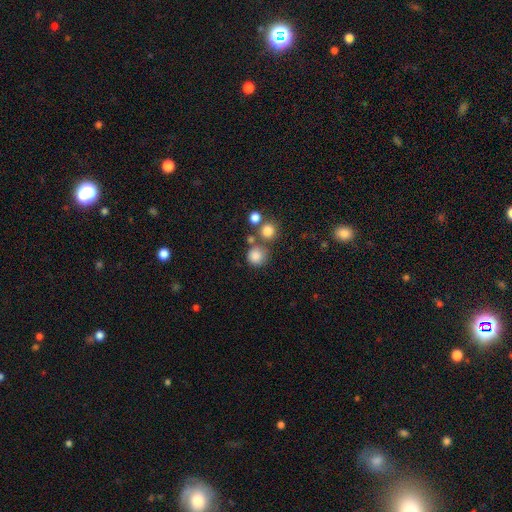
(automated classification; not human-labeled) Q: Smooth or featured?
A: smooth (81%); runner-up: star or artifact (12%)
Q: How rounded?
A: round (90%); runner-up: in between (9%)
Q: Merging?
A: none (64%); runner-up: merger (20%)